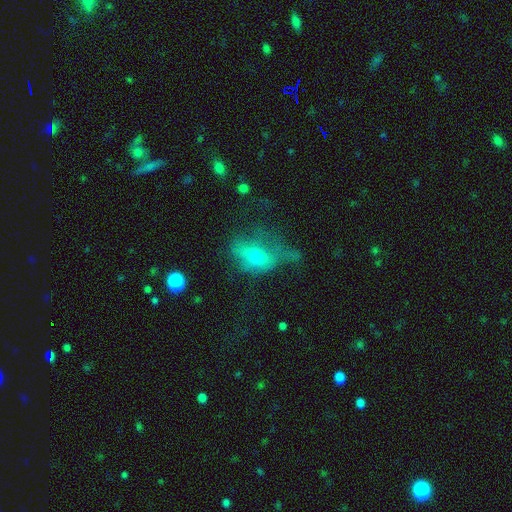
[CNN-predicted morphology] The model was most divided on "smooth or featured": smooth: 48%, featured or disk: 37%, star or artifact: 15%. Remaining: merging — major disturbance (44%).